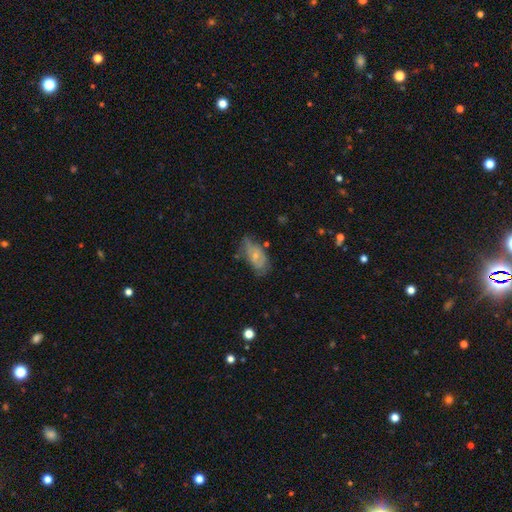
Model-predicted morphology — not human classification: A smooth galaxy with no disk features (55%) that is in between round and cigar-shaped (89%). Merging: none (51%).